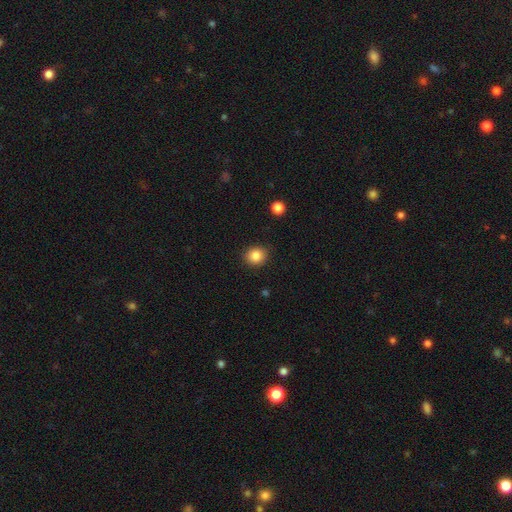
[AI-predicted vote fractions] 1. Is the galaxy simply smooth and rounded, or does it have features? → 85% smooth, 10% star or artifact, 5% featured or disk.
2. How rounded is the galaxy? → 81% round, 18% in between, 1% cigar-shaped.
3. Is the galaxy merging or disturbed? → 88% none, 8% minor disturbance, 2% major disturbance, 1% merger.